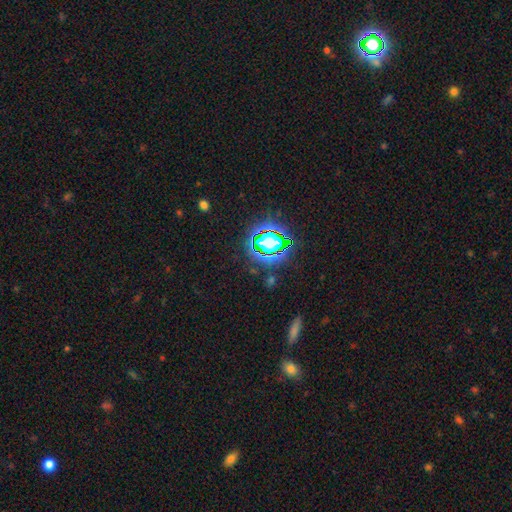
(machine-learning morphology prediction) Smooth or featured?
  - star or artifact: 78% *
  - smooth: 14%
  - featured or disk: 8%